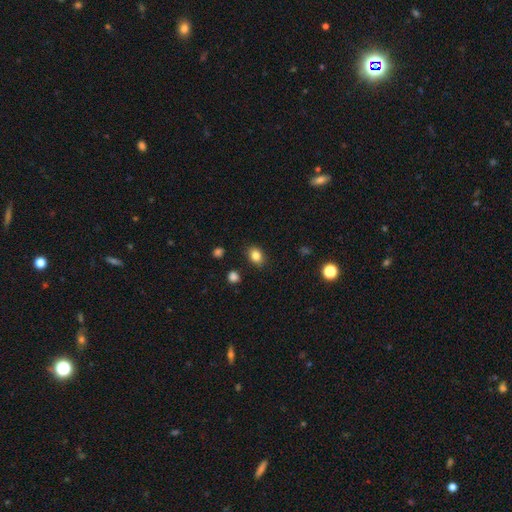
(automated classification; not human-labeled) Smooth or featured? smooth (84%)
How rounded? in between (60%)
Merging? none (85%)